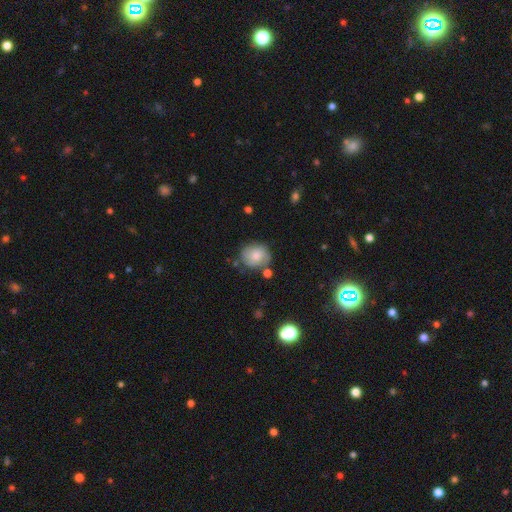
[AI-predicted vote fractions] This appears to be a smooth galaxy with no disk features (73%) that is round (76%). Merging: none (68%).